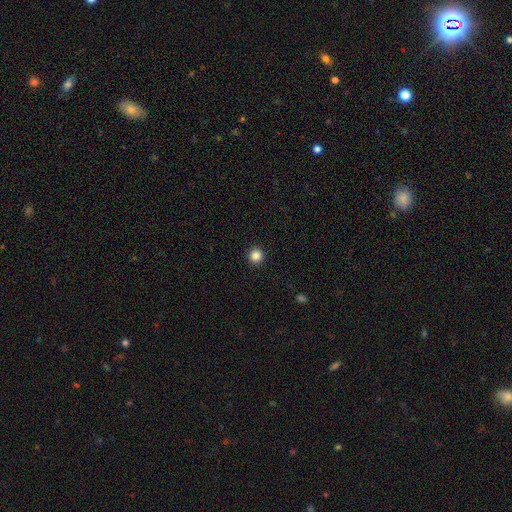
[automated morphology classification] Q: Smooth or featured?
A: smooth (86%); runner-up: star or artifact (11%)
Q: How rounded?
A: round (96%); runner-up: in between (3%)
Q: Merging?
A: none (93%); runner-up: minor disturbance (4%)